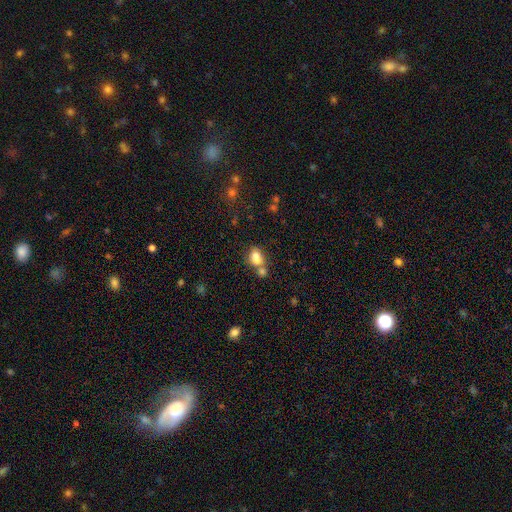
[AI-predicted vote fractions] Overall: smooth (77%). How rounded: in between (75%). Merging: merger (51%; none 33%).